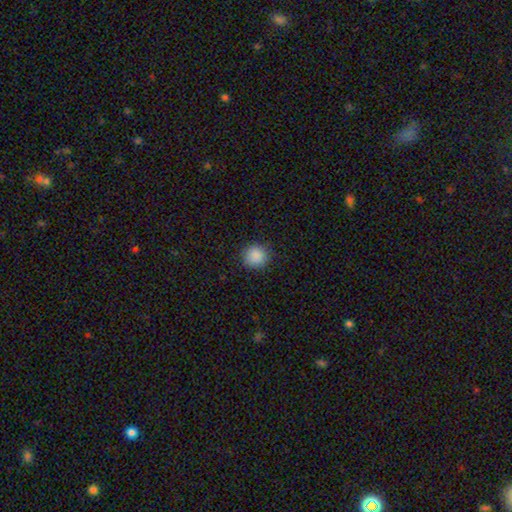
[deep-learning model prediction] smooth-or-featured: smooth: 88% | star or artifact: 9% | featured or disk: 3%
  how-rounded: round: 93% | in between: 7% | cigar-shaped: 1%
  merging: none: 90% | minor disturbance: 7% | major disturbance: 2% | merger: 1%